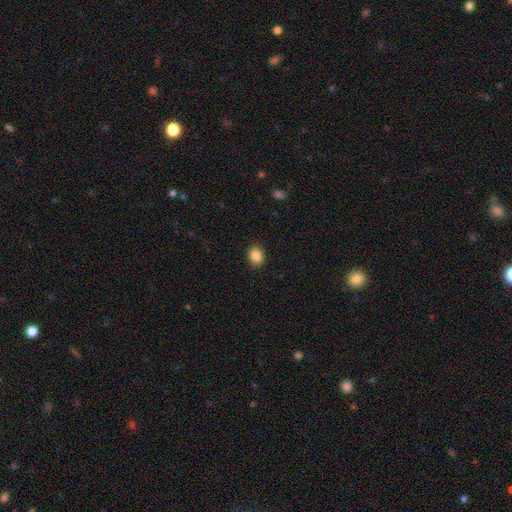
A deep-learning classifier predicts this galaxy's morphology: Overall: smooth (87%). How rounded: in between (50%, tied with round). Merging: none (90%).